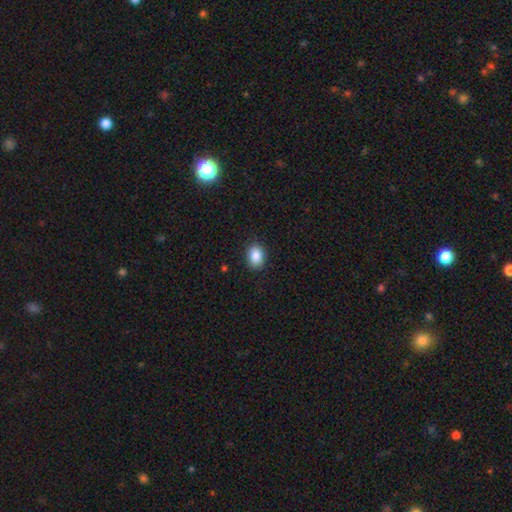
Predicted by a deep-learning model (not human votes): The model was most divided on "how rounded": in between: 72%, round: 27%, cigar-shaped: 1%. More confident: smooth or featured — smooth (87%); merging — none (87%).